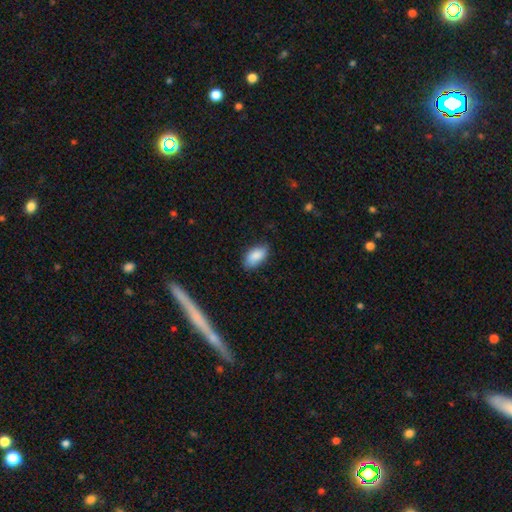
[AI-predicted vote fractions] Smooth or featured? Predicted: smooth (p=0.87). How rounded? Predicted: in between (p=0.93). Merging? Predicted: none (p=0.79).